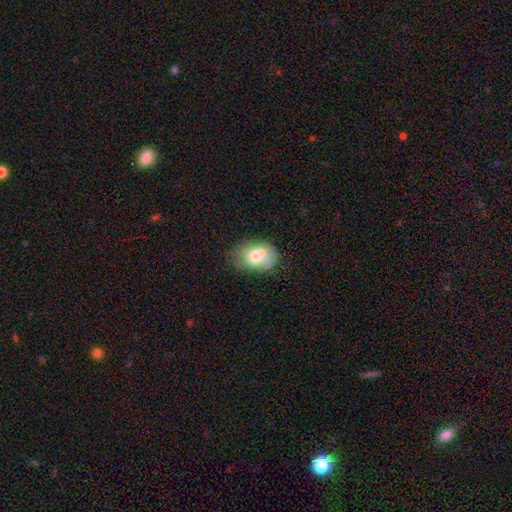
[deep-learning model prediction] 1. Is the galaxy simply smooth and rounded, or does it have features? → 68% smooth, 23% featured or disk, 9% star or artifact.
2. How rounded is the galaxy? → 74% in between, 25% round, 1% cigar-shaped.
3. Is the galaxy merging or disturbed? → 46% none, 26% minor disturbance, 17% merger, 10% major disturbance.